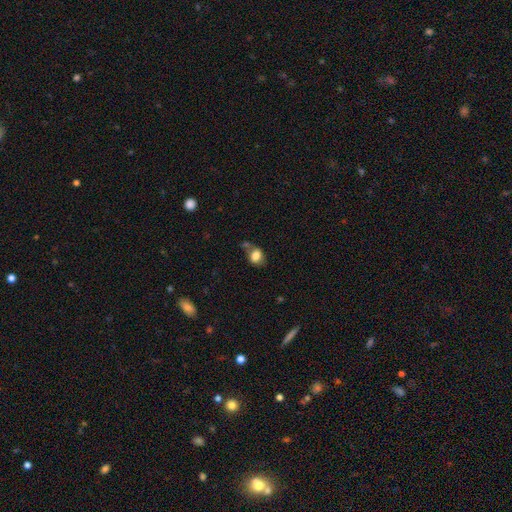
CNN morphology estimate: Smooth or featured? Predicted: smooth (p=0.80). How rounded? Predicted: in between (p=0.53). Merging? Predicted: none (p=0.49).